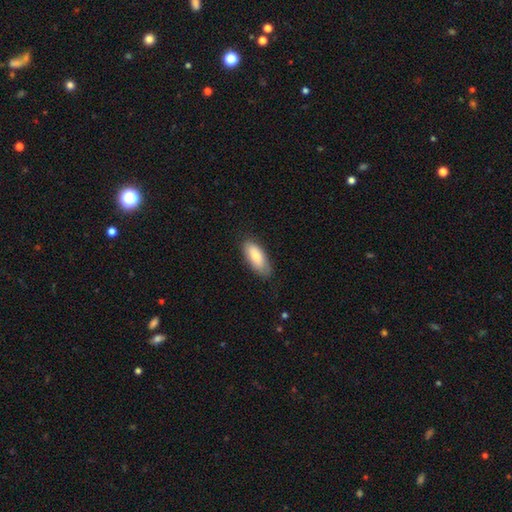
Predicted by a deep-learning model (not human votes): Smooth or featured? smooth (81%)
How rounded? in between (80%)
Merging? none (78%)